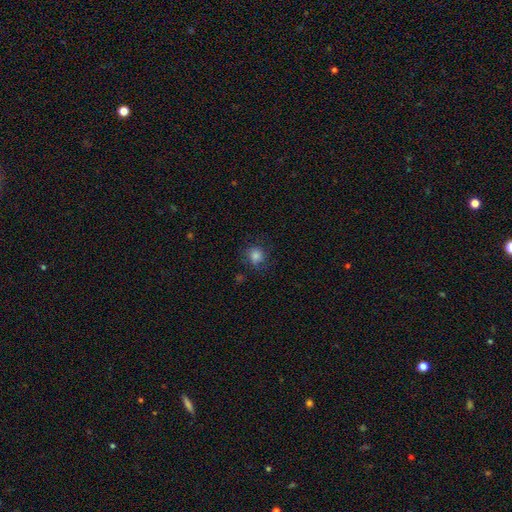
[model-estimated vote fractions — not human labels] Smooth or featured?
  - smooth: 80% *
  - star or artifact: 11%
  - featured or disk: 9%
How rounded?
  - round: 87% *
  - in between: 12%
  - cigar-shaped: 1%
Merging?
  - none: 76% *
  - minor disturbance: 16%
  - major disturbance: 7%
  - merger: 2%